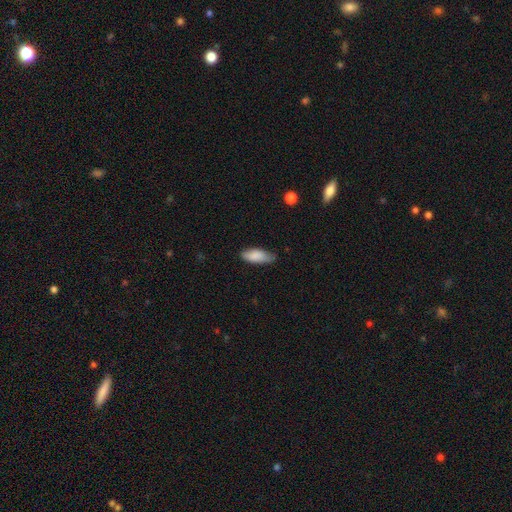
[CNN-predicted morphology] Smooth or featured: smooth — 86% (featured or disk — 8%)
How rounded: in between — 78% (cigar-shaped — 20%)
Merging: none — 66% (minor disturbance — 28%)